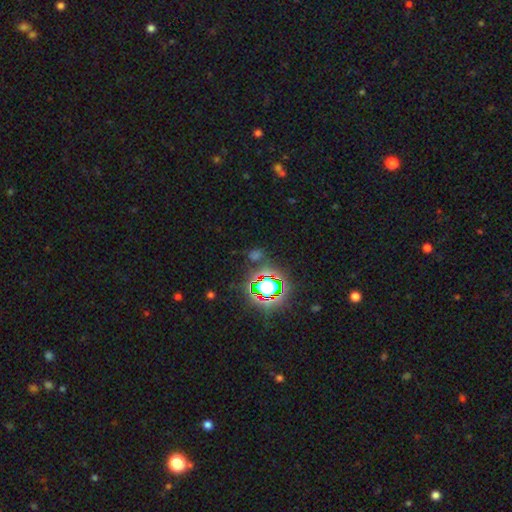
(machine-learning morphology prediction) smooth_or_featured: star or artifact (p=0.65) [alt: smooth p=0.27]